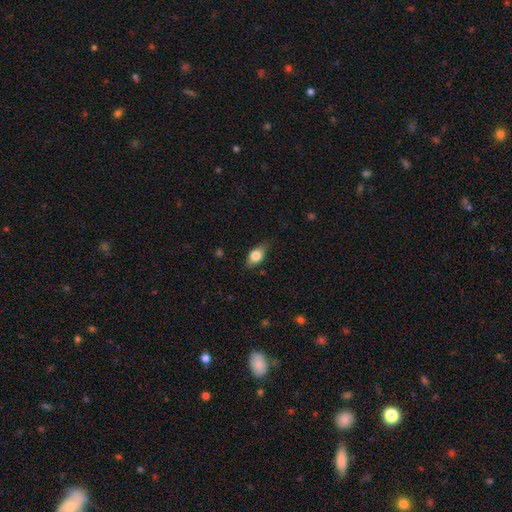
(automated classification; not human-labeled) This is likely a smooth galaxy (76%). How rounded: clearly in between (82%). Merging: likely none (75%).